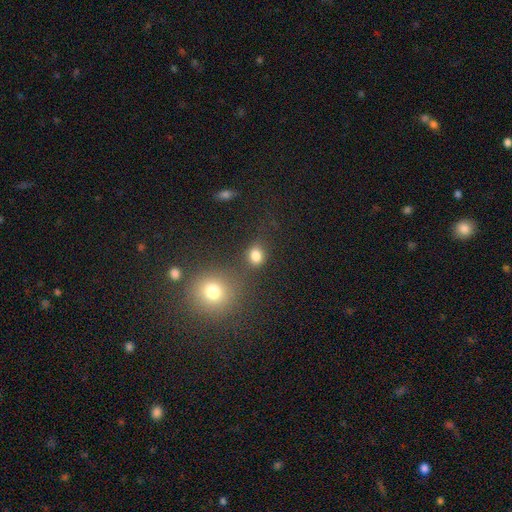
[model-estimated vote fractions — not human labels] smooth 80%, star or artifact 14%, featured or disk 5%. Down the decision tree: how rounded — round (64%); merging — none (72%).